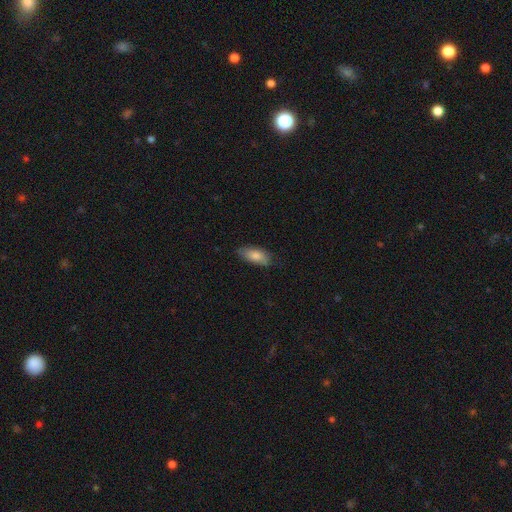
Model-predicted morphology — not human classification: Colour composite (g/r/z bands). It shows a smooth galaxy with no disk features (81%) that is in between round and cigar-shaped (85%). Merging: none (78%).